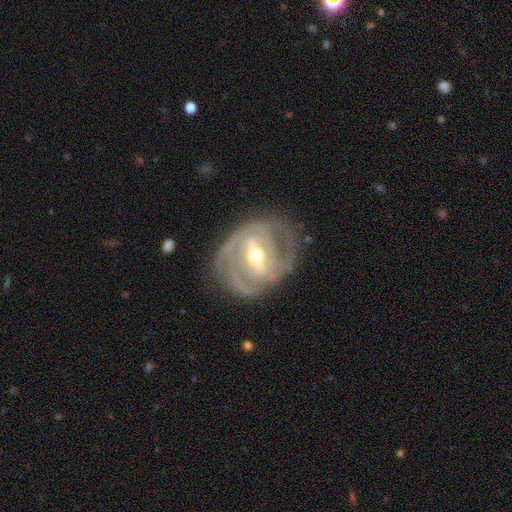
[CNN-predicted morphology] This appears to be a featured or disk galaxy (87%) with a strong bar (50%), 2 (45%) tight (60%) spiral arms (90%) and a moderate central bulge (61%). Merging: none (72%).